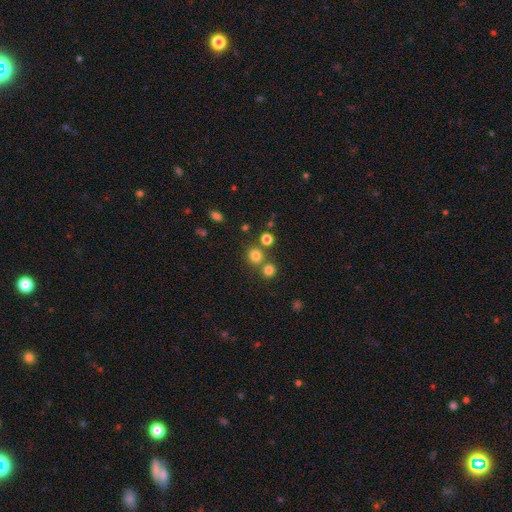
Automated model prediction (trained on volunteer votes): Q: Smooth or featured?
A: smooth (77%); runner-up: star or artifact (17%)
Q: How rounded?
A: round (91%); runner-up: in between (8%)
Q: Merging?
A: none (69%); runner-up: merger (21%)